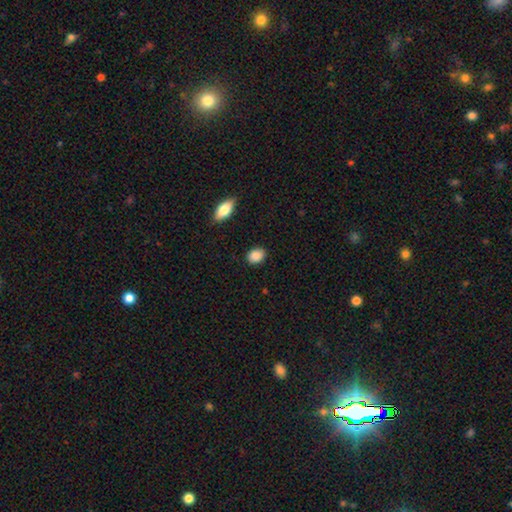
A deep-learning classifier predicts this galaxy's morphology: This is clearly a smooth galaxy (89%). How rounded: likely in between (62%). Merging: clearly none (88%).